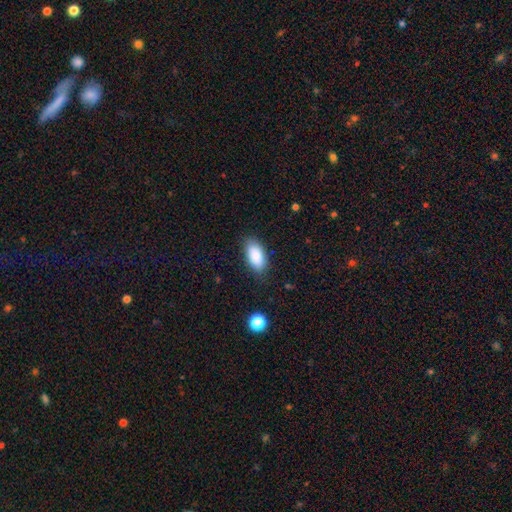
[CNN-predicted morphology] smooth-or-featured: smooth: 87% | star or artifact: 7% | featured or disk: 6%
  how-rounded: in between: 93% | cigar-shaped: 4% | round: 3%
  merging: none: 83% | minor disturbance: 13% | major disturbance: 3% | merger: 1%